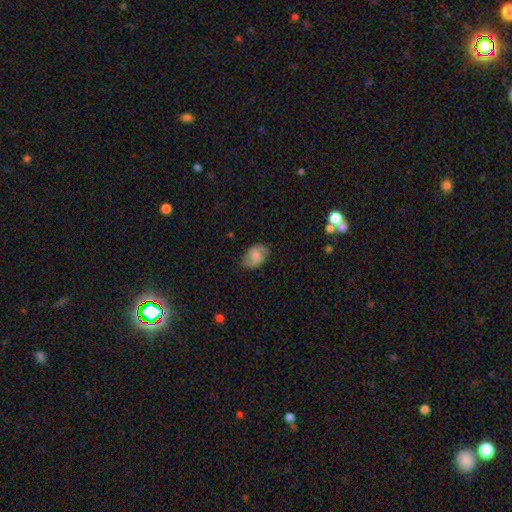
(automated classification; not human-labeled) Overall: smooth (60%; featured or disk 33%). How rounded: in between (81%). Merging: none (71%).